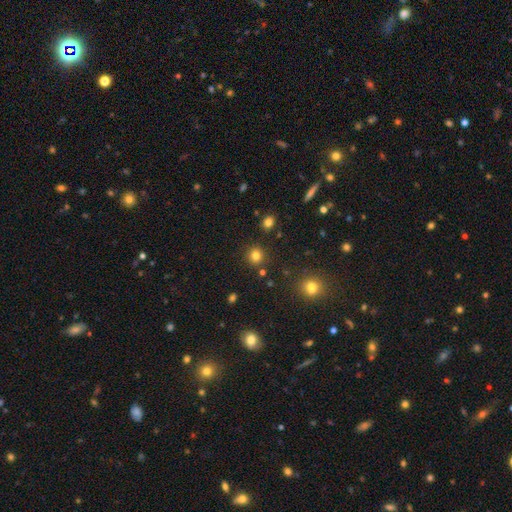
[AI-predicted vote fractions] Smooth or featured? Predicted: smooth (p=0.81). How rounded? Predicted: round (p=0.91). Merging? Predicted: none (p=0.88).